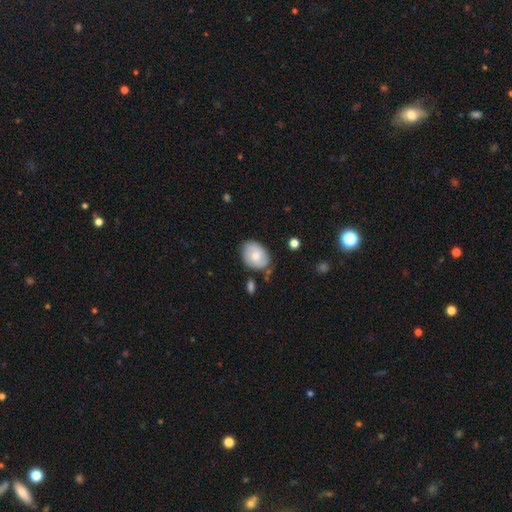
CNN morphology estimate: smooth_or_featured: smooth (p=0.62) [alt: featured or disk p=0.32]
how_rounded: in between (p=0.67) [alt: round p=0.32]
merging: none (p=0.71) [alt: minor disturbance p=0.21]